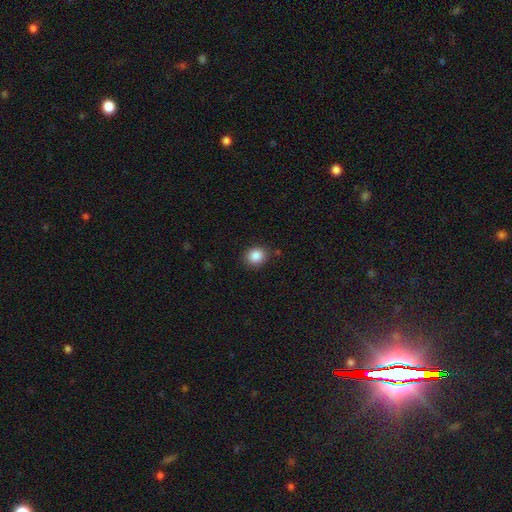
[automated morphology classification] Smooth or featured? Predicted: smooth (p=0.87). How rounded? Predicted: round (p=0.74). Merging? Predicted: none (p=0.85).